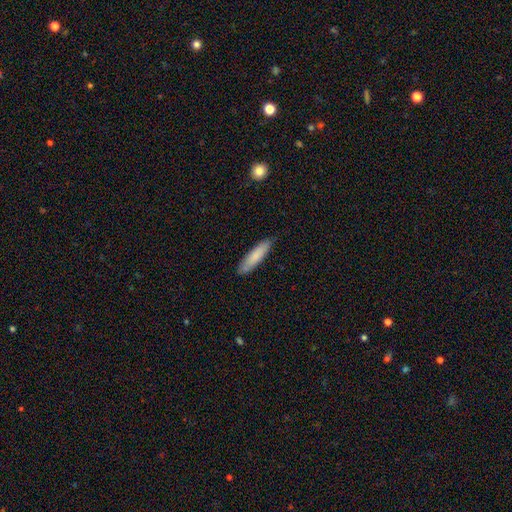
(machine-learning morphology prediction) The model was most divided on "how rounded": cigar-shaped: 75%, in between: 24%, round: 1%. More confident: merging — none (85%); smooth or featured — smooth (81%).